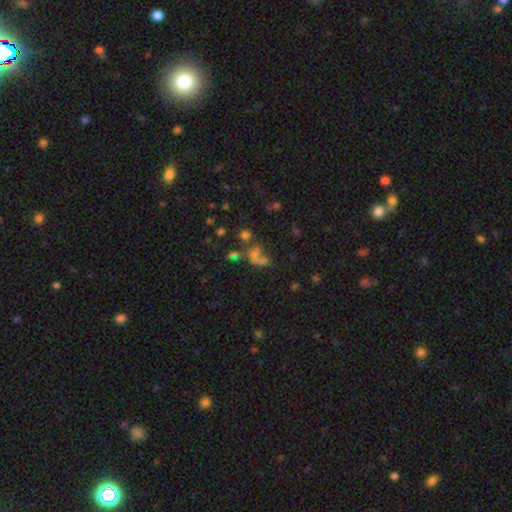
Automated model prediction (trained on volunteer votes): Smooth or featured? smooth (48%)
Merging? merger (46%)